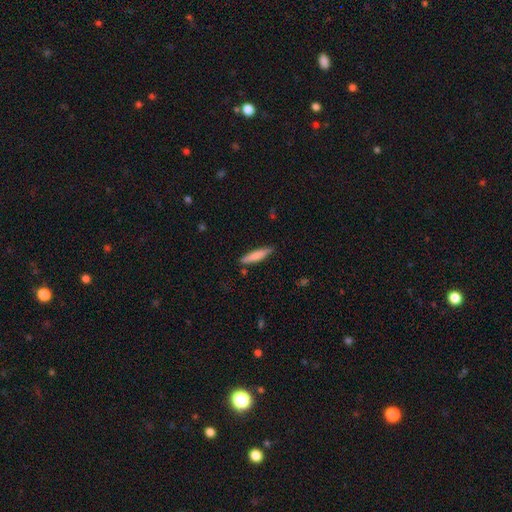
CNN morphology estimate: Smooth or featured: smooth — 77% (featured or disk — 18%)
How rounded: cigar-shaped — 86% (in between — 13%)
Merging: none — 85% (minor disturbance — 11%)